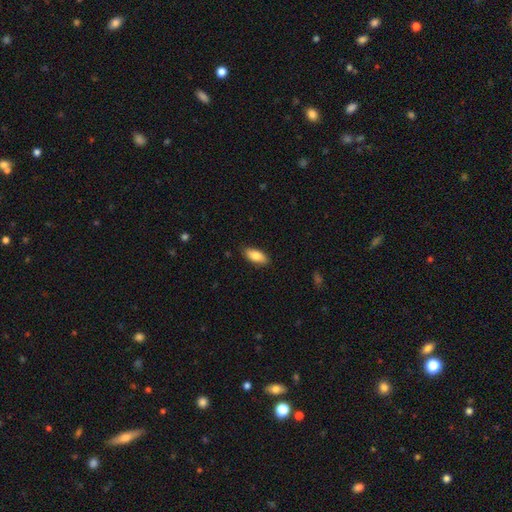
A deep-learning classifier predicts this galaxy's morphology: smooth 83%, featured or disk 11%, star or artifact 6%. Down the decision tree: how rounded — in between (85%); merging — none (86%).